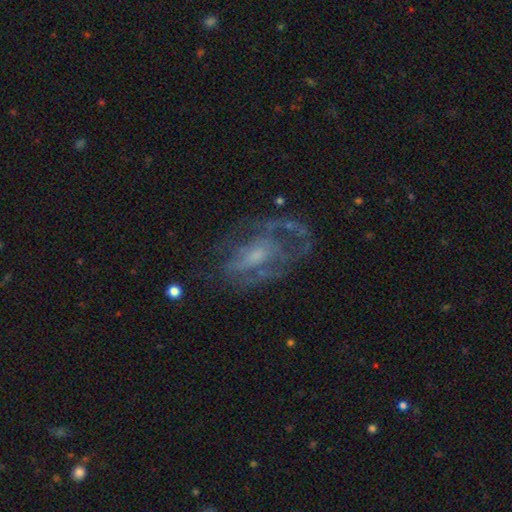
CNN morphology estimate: Smooth or featured?
  - featured or disk: 70% *
  - smooth: 19%
  - star or artifact: 10%
Edge-on disk?
  - no: 95% *
  - yes: 5%
Bar?
  - no: 63% *
  - weak: 29%
  - strong: 8%
Spiral arms?
  - yes: 52% *
  - no: 48%
Bulge size?
  - small: 45% *
  - moderate: 33%
  - none: 16%
  - large: 4%
  - dominant: 1%
Merging?
  - none: 46% *
  - major disturbance: 31%
  - minor disturbance: 20%
  - merger: 3%